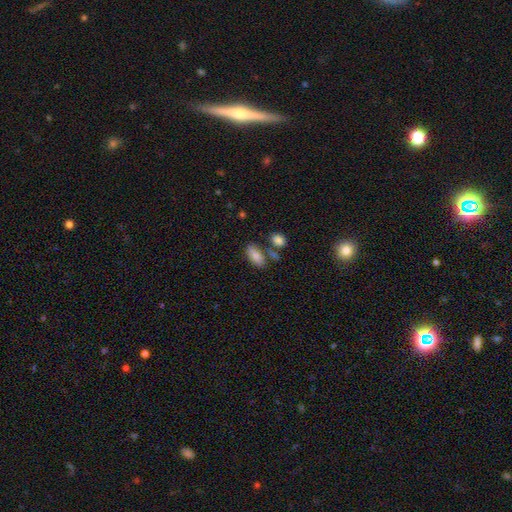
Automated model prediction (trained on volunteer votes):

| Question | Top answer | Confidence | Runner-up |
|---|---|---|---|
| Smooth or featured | smooth | 82% | featured or disk (10%) |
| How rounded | in between | 88% | cigar-shaped (8%) |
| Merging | none | 59% | merger (19%) |